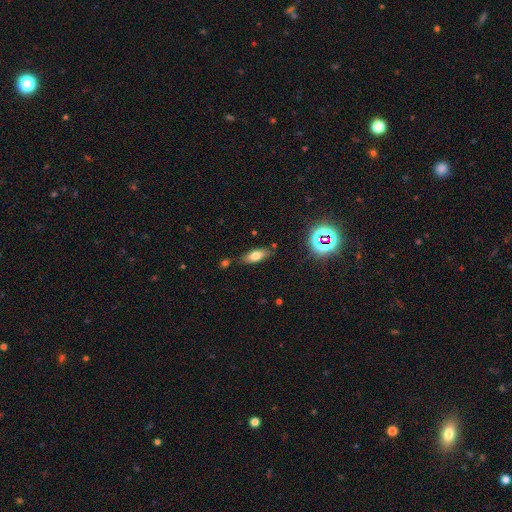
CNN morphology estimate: type=smooth (71%); roundness=in between (75%); merging=none (75%).